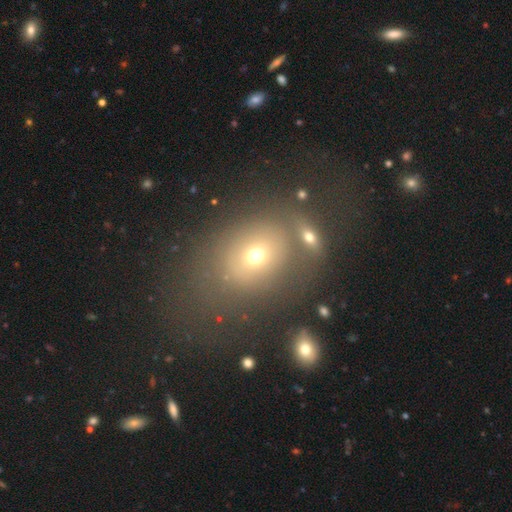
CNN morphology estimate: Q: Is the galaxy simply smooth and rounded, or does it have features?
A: smooth — 61%.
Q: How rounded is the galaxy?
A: in between — 55%.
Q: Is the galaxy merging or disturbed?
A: none — 49%.